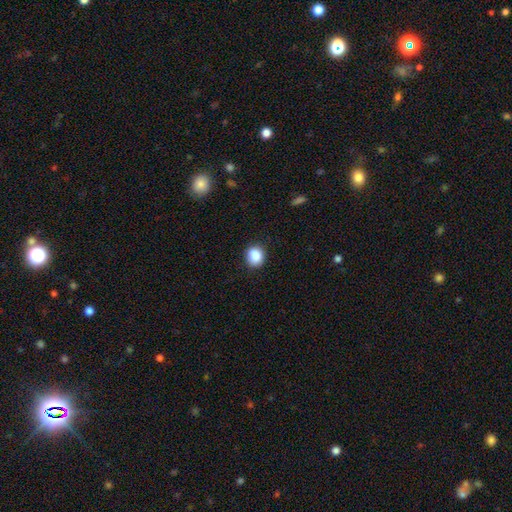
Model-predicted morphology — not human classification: Smooth or featured? smooth (86%)
How rounded? round (77%)
Merging? none (88%)